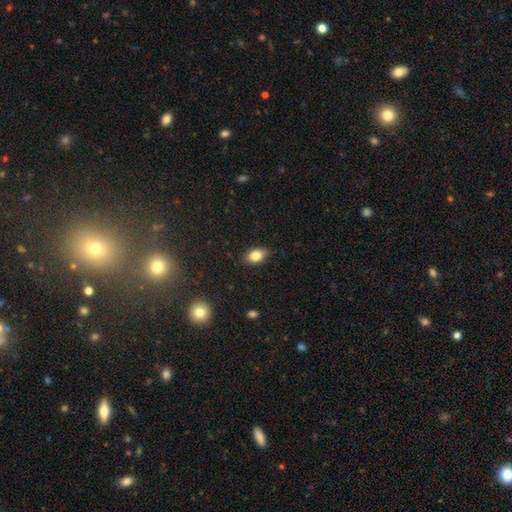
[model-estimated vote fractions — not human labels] Q: Smooth or featured?
A: smooth (82%); runner-up: featured or disk (10%)
Q: How rounded?
A: in between (85%); runner-up: round (12%)
Q: Merging?
A: none (83%); runner-up: minor disturbance (14%)